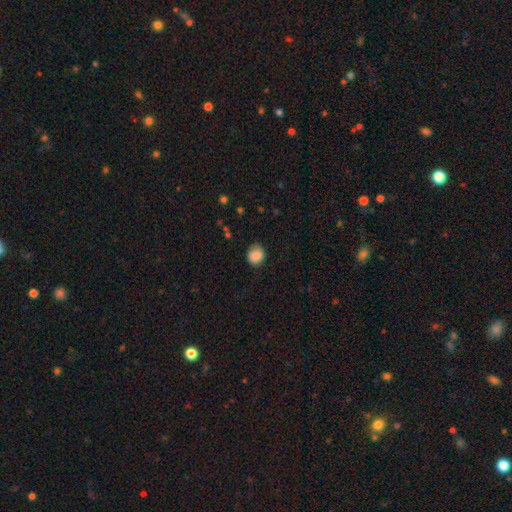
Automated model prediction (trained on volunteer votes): The model was most divided on "how rounded": round: 67%, in between: 32%, cigar-shaped: 1%. More confident: smooth or featured — smooth (86%); merging — none (73%).